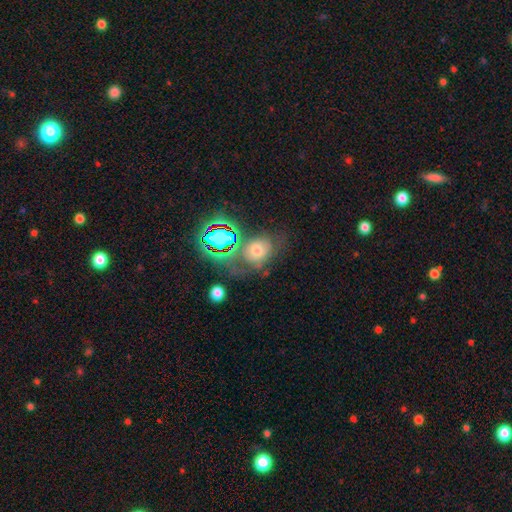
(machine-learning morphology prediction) type=smooth (36%); merging=none (52%).